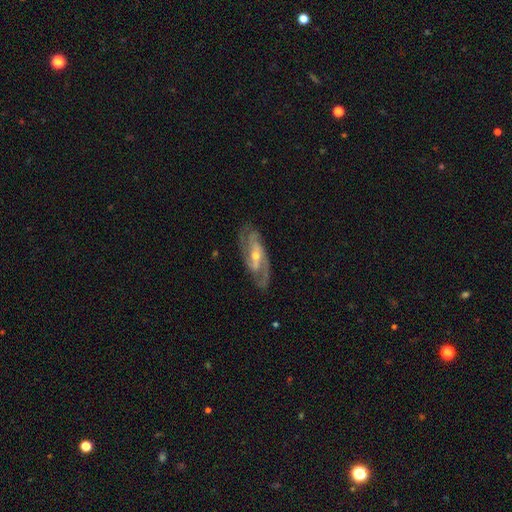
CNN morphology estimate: Smooth or featured? featured or disk (89%)
Edge-on disk? no (92%)
Bar? weak (41%)
Spiral arms? yes (97%)
Spiral winding? medium (49%)
Spiral arm count? 2 (68%)
Bulge size? moderate (48%, tied with small)
Merging? none (81%)